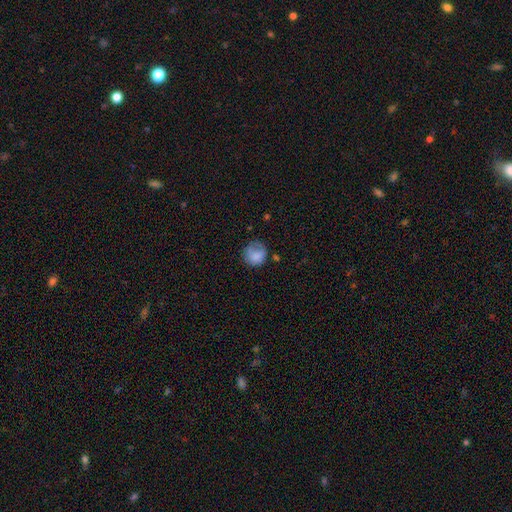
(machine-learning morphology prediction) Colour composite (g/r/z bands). It shows a smooth galaxy with no disk features (79%) that is round (81%). Merging: none (55%).